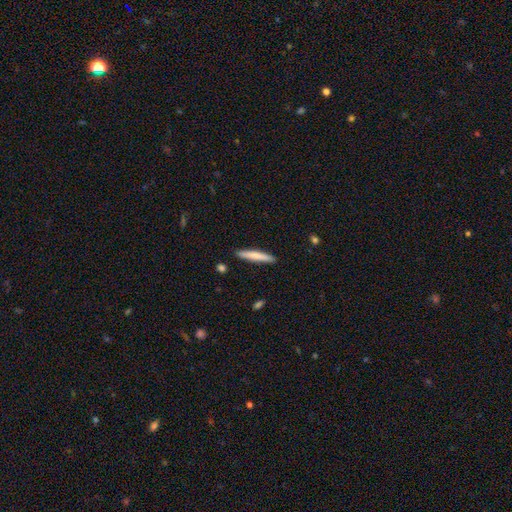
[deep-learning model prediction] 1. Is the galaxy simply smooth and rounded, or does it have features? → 74% smooth, 20% featured or disk, 5% star or artifact.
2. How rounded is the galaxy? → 94% cigar-shaped, 5% in between, 1% round.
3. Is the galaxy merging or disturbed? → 90% none, 7% minor disturbance, 1% major disturbance, 1% merger.